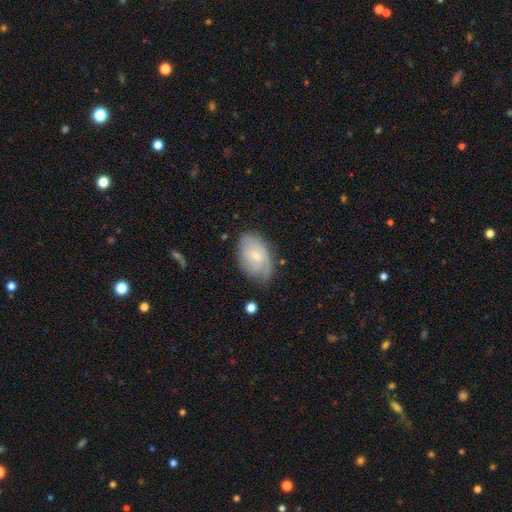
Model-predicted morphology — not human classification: type=featured or disk (53%); edge-on=no (95%); bar=no (66%); spiral arms=yes (80%); bulge=small (63%); merging=none (68%).